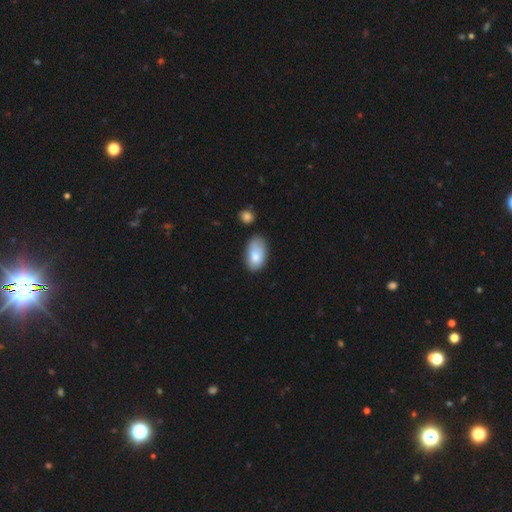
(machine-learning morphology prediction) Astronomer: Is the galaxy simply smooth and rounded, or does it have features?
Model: smooth — 80%.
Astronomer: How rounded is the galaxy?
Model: in between — 93%.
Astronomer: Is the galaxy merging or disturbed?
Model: none — 54%.